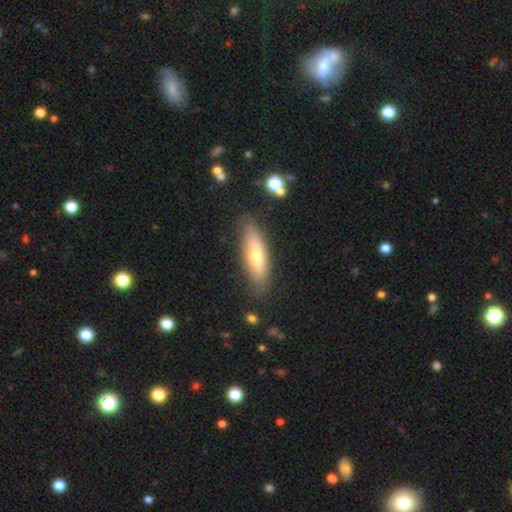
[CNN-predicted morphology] smooth-or-featured: smooth: 56% | featured or disk: 37% | star or artifact: 7%
  how-rounded: cigar-shaped: 58% | in between: 40% | round: 2%
  merging: none: 84% | minor disturbance: 11% | major disturbance: 3% | merger: 2%